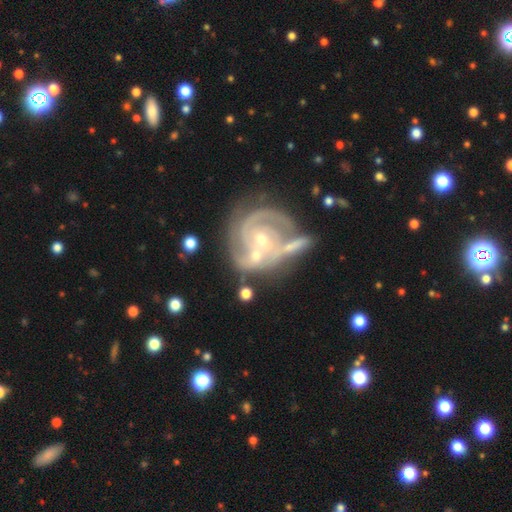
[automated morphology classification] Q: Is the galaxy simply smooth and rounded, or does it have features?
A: featured or disk — 77%.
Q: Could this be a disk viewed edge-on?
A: no — 97%.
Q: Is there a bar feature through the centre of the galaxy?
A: no — 69%.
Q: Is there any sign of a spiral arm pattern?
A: yes — 88%.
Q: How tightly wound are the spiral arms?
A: tight — 63%.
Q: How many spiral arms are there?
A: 2 — 35%.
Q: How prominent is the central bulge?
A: small — 54%.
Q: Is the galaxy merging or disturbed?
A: merger — 46%.